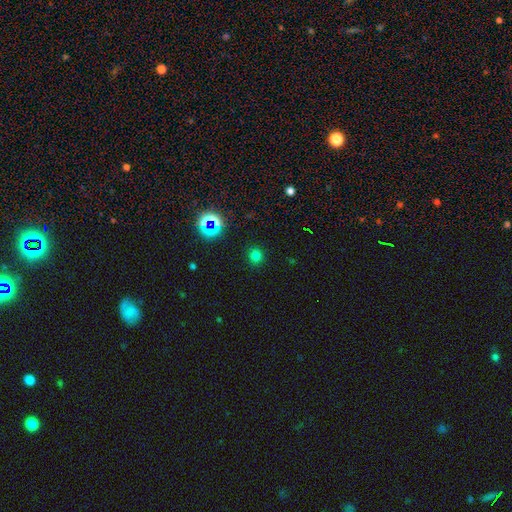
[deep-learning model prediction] Smooth or featured? smooth (72%)
How rounded? round (87%)
Merging? none (89%)